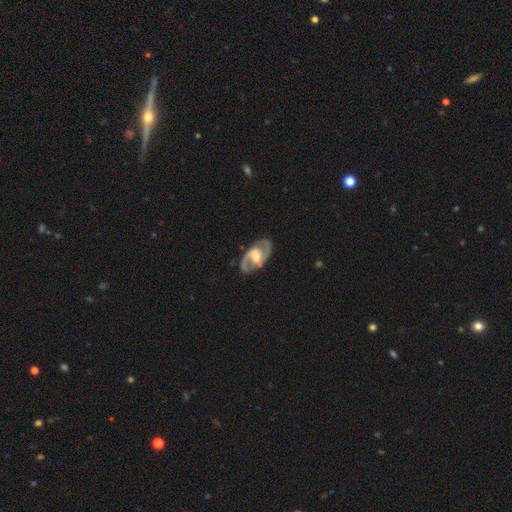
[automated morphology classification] A featured or disk galaxy (90%) with a weak bar (50%), 2 (93%) medium (59%) spiral arms (96%) and a moderate central bulge (55%). Merging: none (84%).